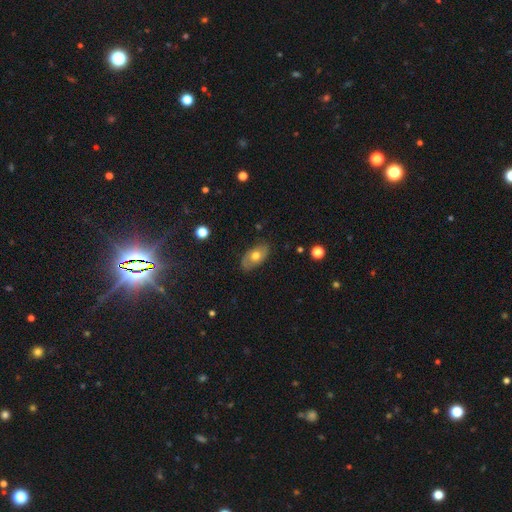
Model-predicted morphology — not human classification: This is likely a smooth galaxy (61%). How rounded: clearly in between (90%). Merging: likely none (79%).